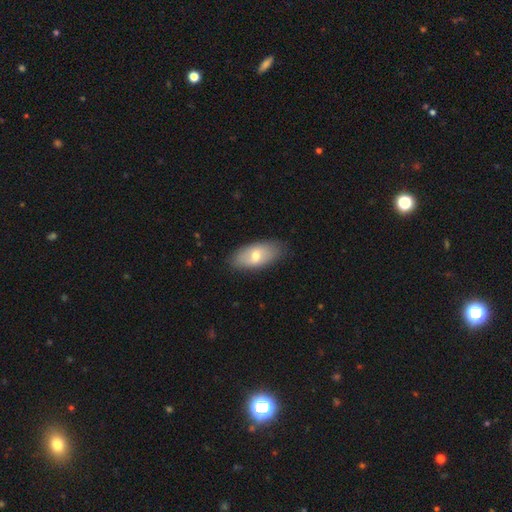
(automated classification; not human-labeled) Smooth or featured: smooth — 69% (featured or disk — 25%)
How rounded: in between — 90% (cigar-shaped — 7%)
Merging: none — 84% (minor disturbance — 13%)